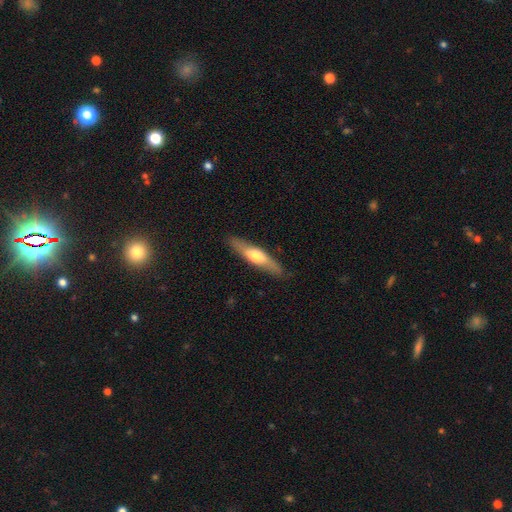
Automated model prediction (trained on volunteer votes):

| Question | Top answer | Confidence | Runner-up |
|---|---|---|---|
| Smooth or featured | smooth | 49% | featured or disk (46%) |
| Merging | none | 87% | minor disturbance (10%) |